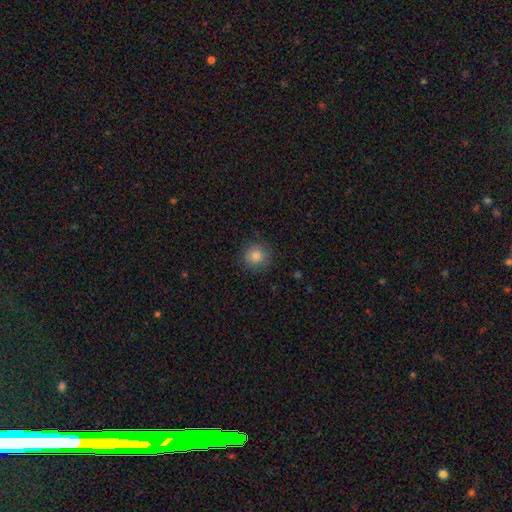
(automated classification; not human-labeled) Morphology: type=smooth (83%); roundness=round (94%); merging=none (89%).